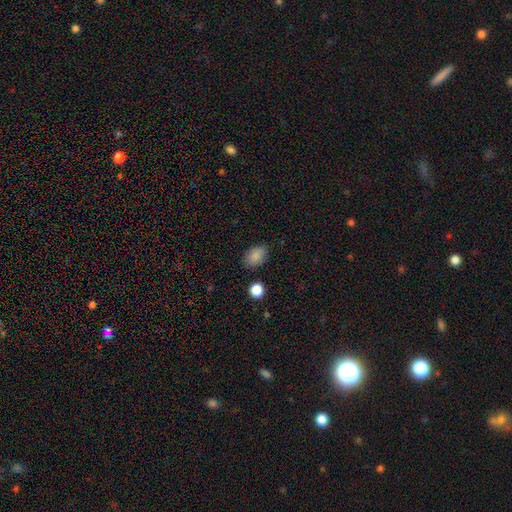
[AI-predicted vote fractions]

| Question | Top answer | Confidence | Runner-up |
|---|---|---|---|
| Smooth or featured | smooth | 86% | star or artifact (9%) |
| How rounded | in between | 82% | round (17%) |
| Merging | none | 84% | minor disturbance (12%) |